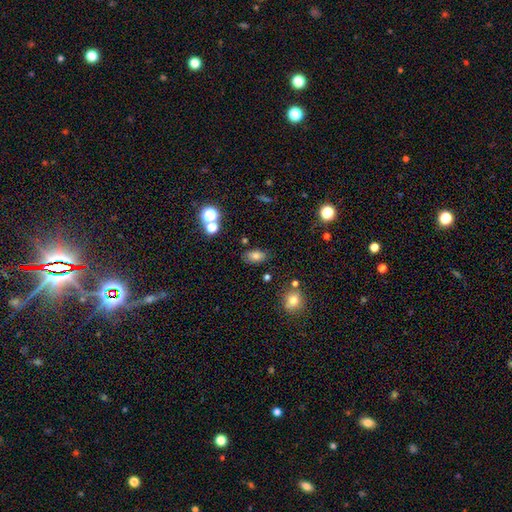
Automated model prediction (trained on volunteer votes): Smooth or featured? Predicted: smooth (p=0.76). How rounded? Predicted: in between (p=0.87). Merging? Predicted: none (p=0.78).